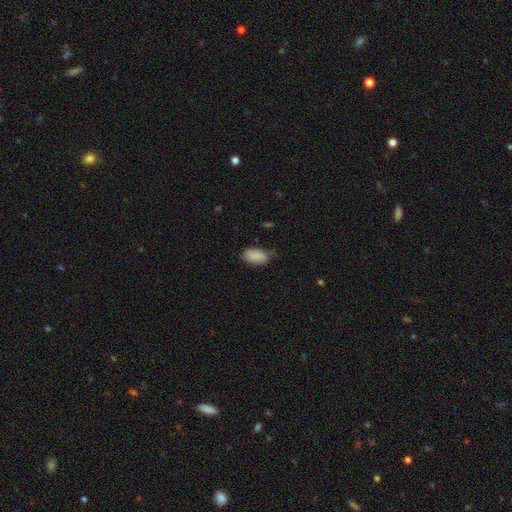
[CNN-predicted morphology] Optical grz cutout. It shows a smooth galaxy with no disk features (88%) that is in between round and cigar-shaped (93%). Merging: none (63%).